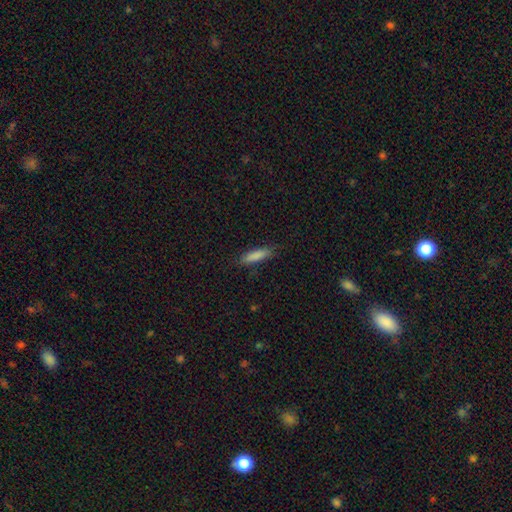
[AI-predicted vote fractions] smooth 85%, featured or disk 8%, star or artifact 7%. Down the decision tree: how rounded — cigar-shaped (67%); merging — none (82%).